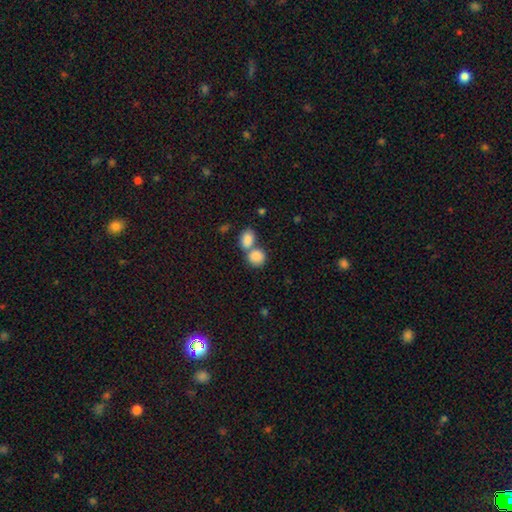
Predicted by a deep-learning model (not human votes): The model was most divided on "merging": merger: 55%, none: 35%, minor disturbance: 7%, major disturbance: 3%. More confident: smooth or featured — smooth (86%); how rounded — round (63%).